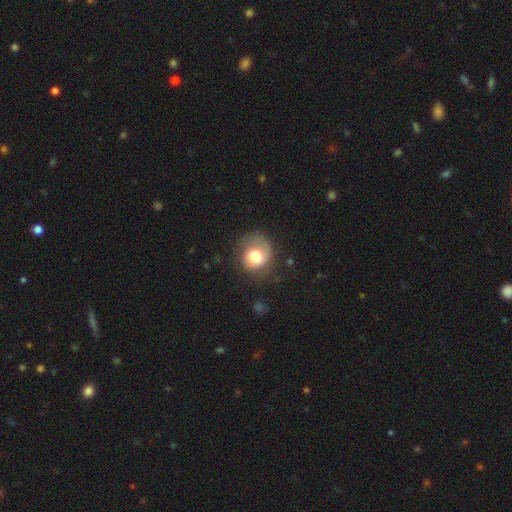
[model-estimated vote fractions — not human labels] A smooth galaxy with no disk features (67%) that is round (76%).

Vote fractions:
- Smooth or featured? smooth: 67% / featured or disk: 25% / star or artifact: 8%
- How rounded? round: 76% / in between: 23% / cigar-shaped: 1%
- Merging? none: 54% / minor disturbance: 25% / major disturbance: 18% / merger: 2%